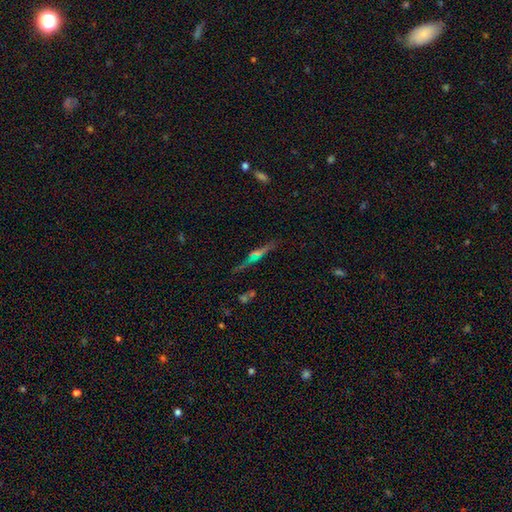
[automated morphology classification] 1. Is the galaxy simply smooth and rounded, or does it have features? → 44% featured or disk, 32% smooth, 23% star or artifact.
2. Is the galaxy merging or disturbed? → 76% none, 14% minor disturbance, 5% major disturbance, 5% merger.